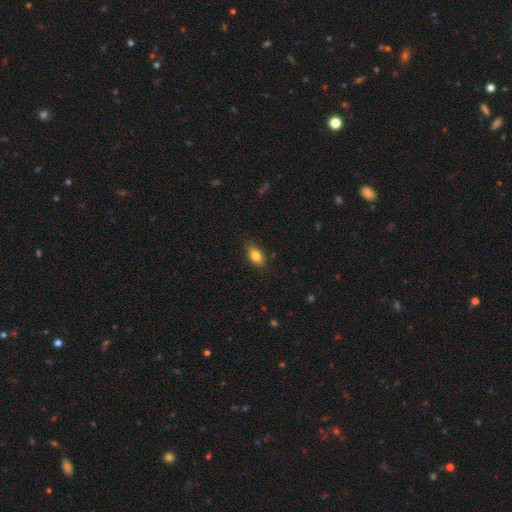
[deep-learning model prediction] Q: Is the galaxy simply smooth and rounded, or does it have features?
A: smooth — 83%.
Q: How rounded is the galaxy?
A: in between — 86%.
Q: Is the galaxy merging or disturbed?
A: none — 83%.